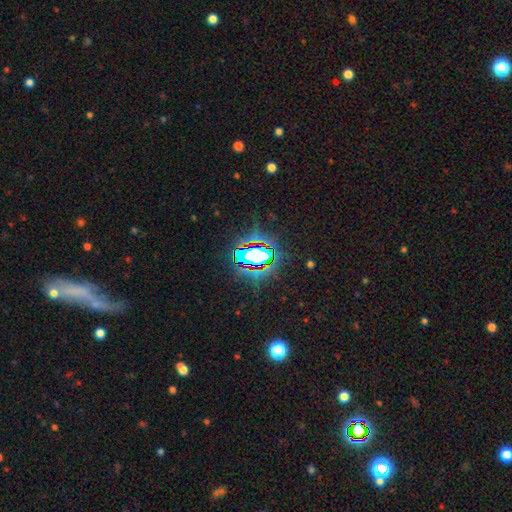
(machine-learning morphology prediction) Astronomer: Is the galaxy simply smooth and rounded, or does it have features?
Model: star or artifact — 66%.